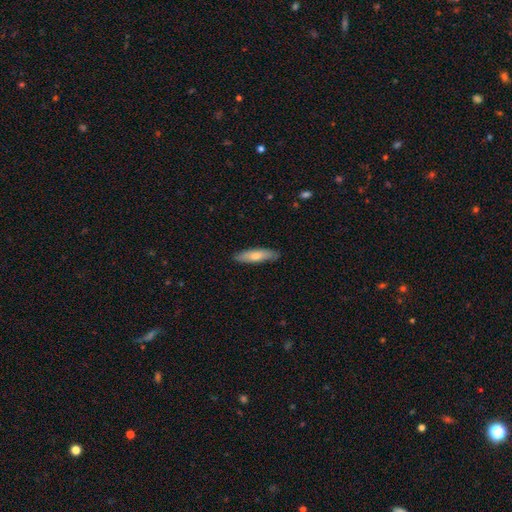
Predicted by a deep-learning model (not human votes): smooth_or_featured: smooth (p=0.68) [alt: featured or disk p=0.26]
how_rounded: cigar-shaped (p=0.67) [alt: in between p=0.31]
merging: none (p=0.86) [alt: minor disturbance p=0.11]